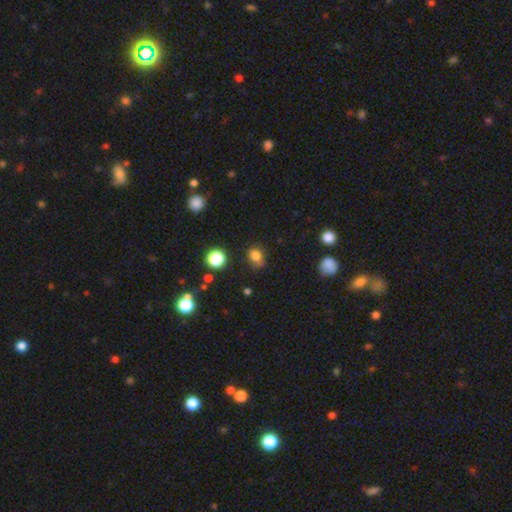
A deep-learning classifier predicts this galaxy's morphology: Smooth or featured? Predicted: smooth (p=0.79). How rounded? Predicted: round (p=0.52). Merging? Predicted: none (p=0.67).